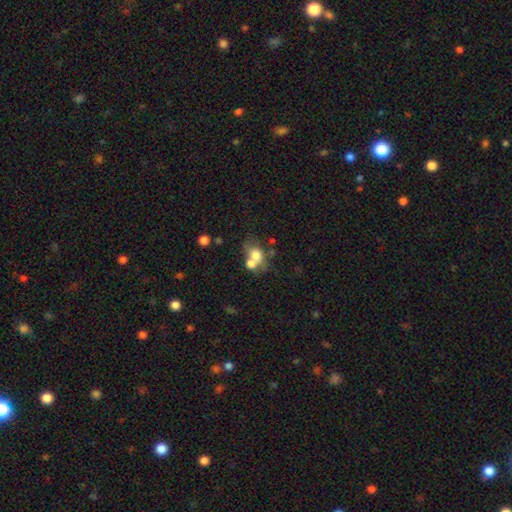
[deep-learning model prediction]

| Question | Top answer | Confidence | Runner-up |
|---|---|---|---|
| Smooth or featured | smooth | 68% | featured or disk (21%) |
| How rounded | in between | 55% | round (44%) |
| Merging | merger | 53% | none (29%) |